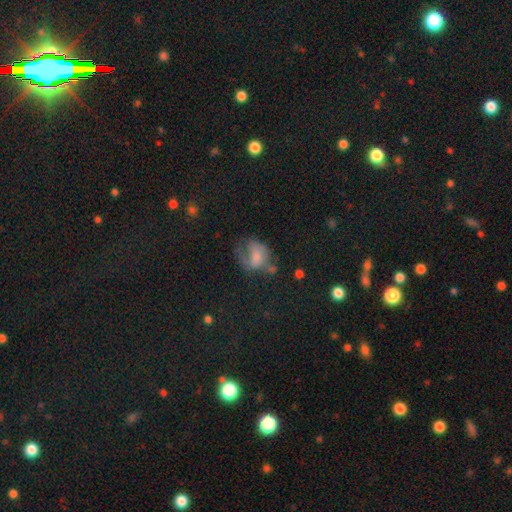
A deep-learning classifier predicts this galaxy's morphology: Q: Smooth or featured?
A: smooth (46%); runner-up: featured or disk (33%)
Q: Merging?
A: major disturbance (37%); runner-up: none (34%)